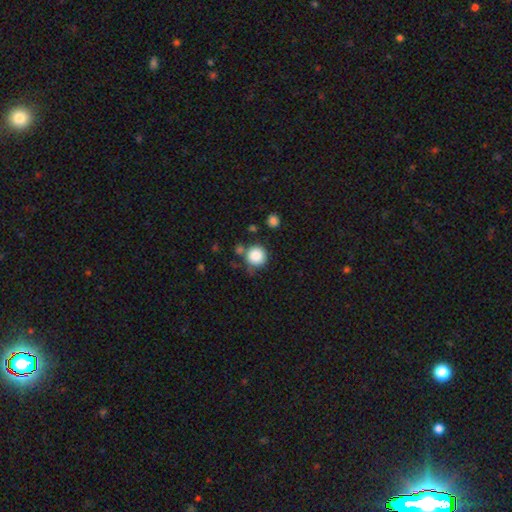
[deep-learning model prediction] Q: Smooth or featured?
A: smooth (86%); runner-up: star or artifact (9%)
Q: How rounded?
A: round (94%); runner-up: in between (5%)
Q: Merging?
A: none (75%); runner-up: minor disturbance (13%)